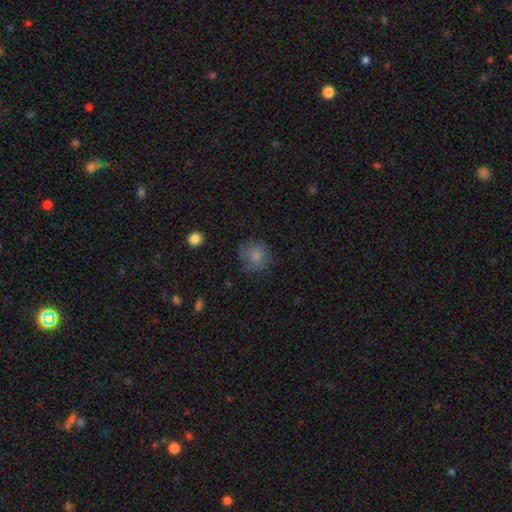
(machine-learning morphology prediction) The model was most divided on "merging": none: 74%, minor disturbance: 18%, major disturbance: 7%, merger: 1%. More confident: how rounded — round (86%); smooth or featured — smooth (81%).